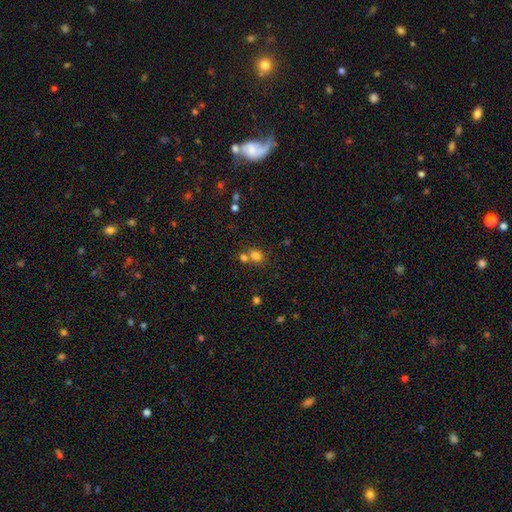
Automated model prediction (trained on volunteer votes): Smooth or featured?
  - smooth: 77% *
  - star or artifact: 15%
  - featured or disk: 8%
How rounded?
  - round: 70% *
  - in between: 29%
  - cigar-shaped: 1%
Merging?
  - none: 48% *
  - merger: 40%
  - minor disturbance: 8%
  - major disturbance: 4%